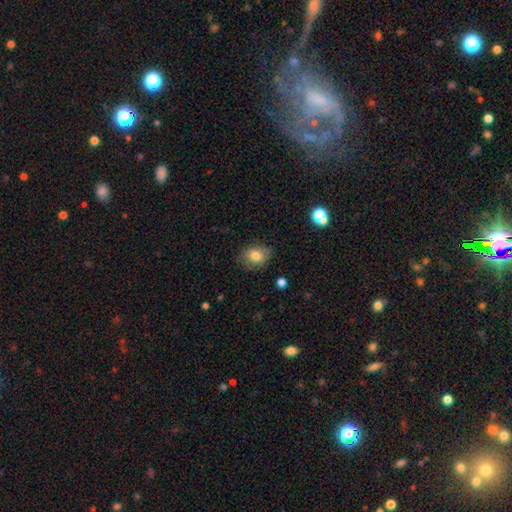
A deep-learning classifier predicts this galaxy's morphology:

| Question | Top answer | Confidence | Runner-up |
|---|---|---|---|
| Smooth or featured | smooth | 80% | featured or disk (11%) |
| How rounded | in between | 60% | round (39%) |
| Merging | none | 76% | minor disturbance (18%) |